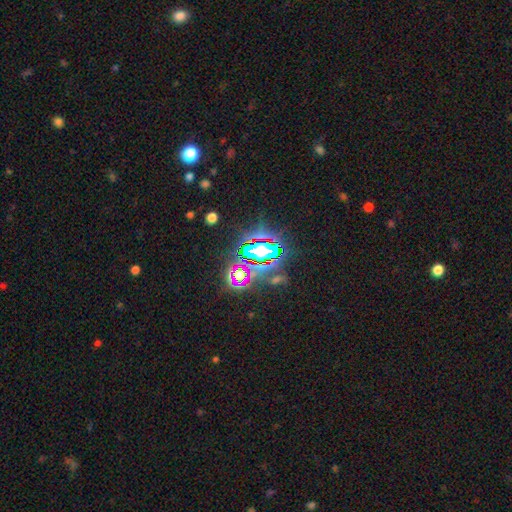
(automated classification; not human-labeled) Smooth or featured? star or artifact (83%)